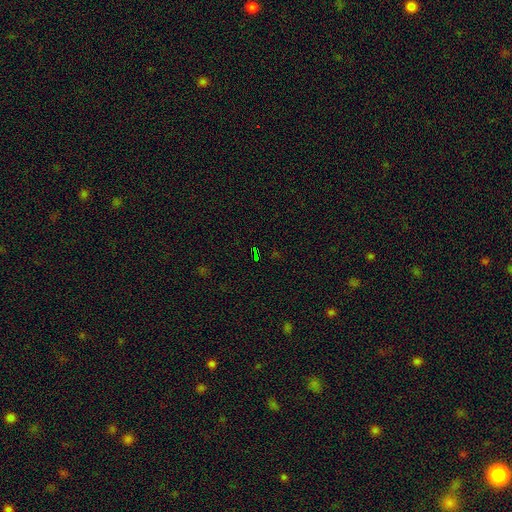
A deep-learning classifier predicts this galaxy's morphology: Q: Smooth or featured?
A: star or artifact (74%); runner-up: smooth (16%)